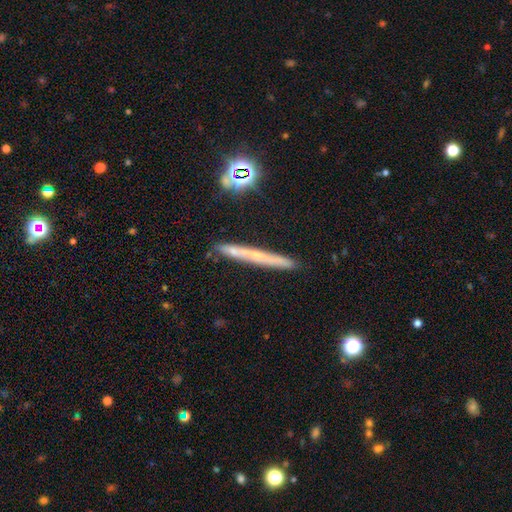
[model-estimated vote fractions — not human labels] Overall: featured or disk (49%; smooth 39%). Merging: none (86%).